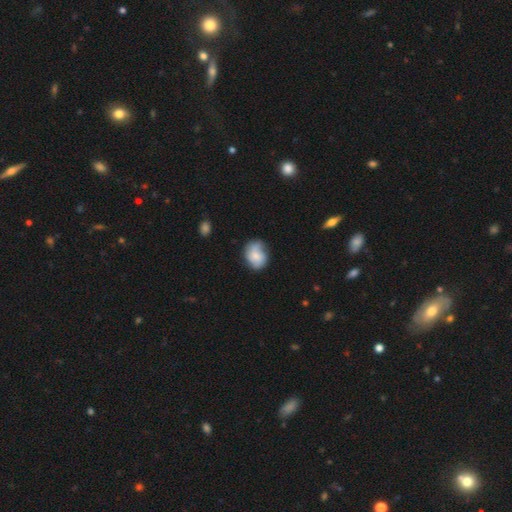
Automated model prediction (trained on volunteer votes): smooth 62%, featured or disk 30%, star or artifact 7%. Down the decision tree: how rounded — in between (52%); merging — none (53%).